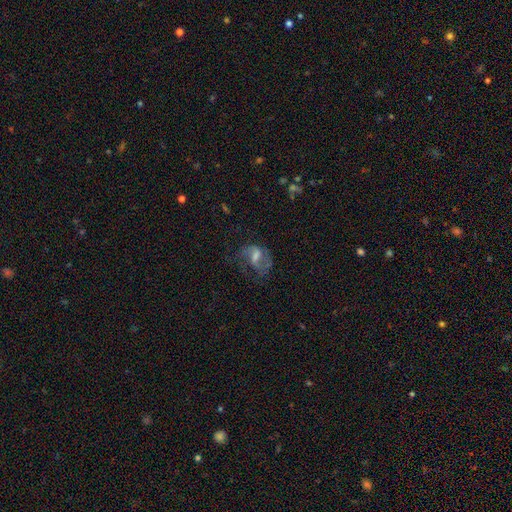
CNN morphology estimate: type=featured or disk (59%); edge-on=no (96%); bar=weak (47%); spiral arms=yes (70%); bulge=moderate (36%); merging=major disturbance (39%).